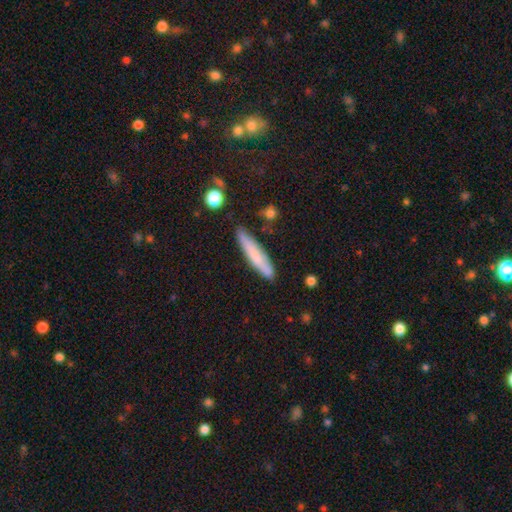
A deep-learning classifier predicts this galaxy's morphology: smooth_or_featured: smooth (p=0.71) [alt: featured or disk p=0.22]
how_rounded: cigar-shaped (p=0.90) [alt: in between p=0.08]
merging: none (p=0.80) [alt: minor disturbance p=0.14]